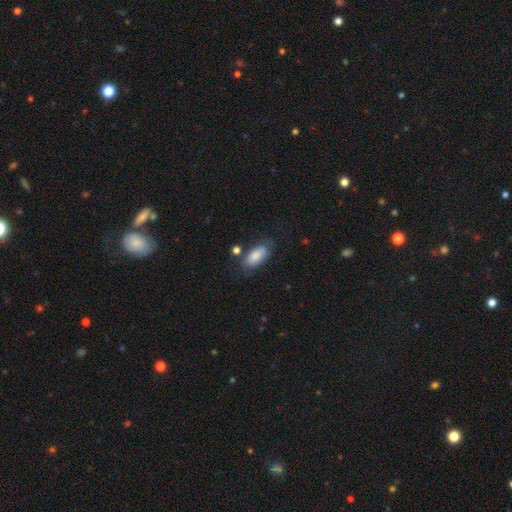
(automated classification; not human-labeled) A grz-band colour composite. It shows a smooth galaxy with no disk features (79%) that is in between round and cigar-shaped (88%). Merging: none (65%).